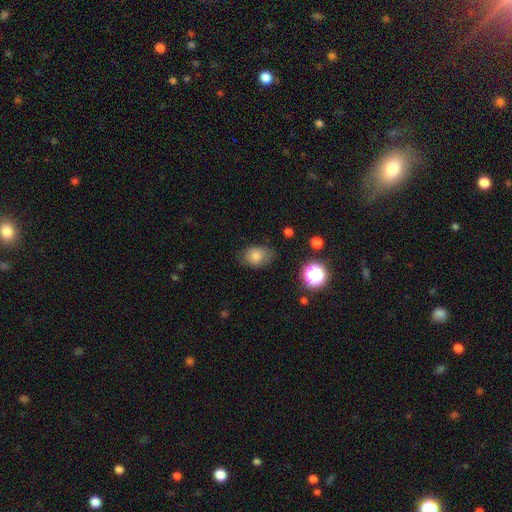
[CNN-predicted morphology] smooth-or-featured: smooth: 78% | star or artifact: 12% | featured or disk: 10%
  how-rounded: in between: 65% | round: 34% | cigar-shaped: 1%
  merging: none: 65% | minor disturbance: 26% | major disturbance: 7% | merger: 2%